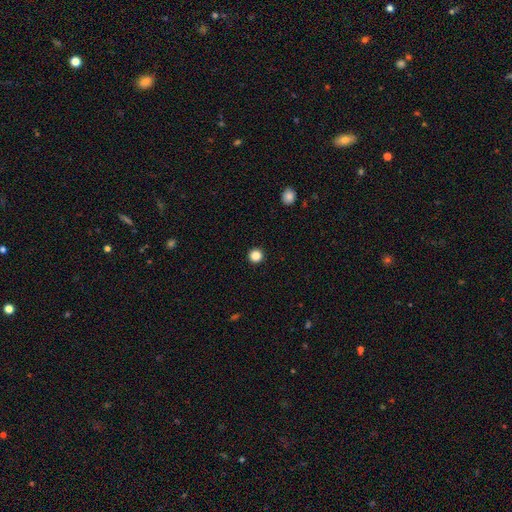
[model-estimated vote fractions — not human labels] Smooth or featured? smooth (86%)
How rounded? round (96%)
Merging? none (94%)